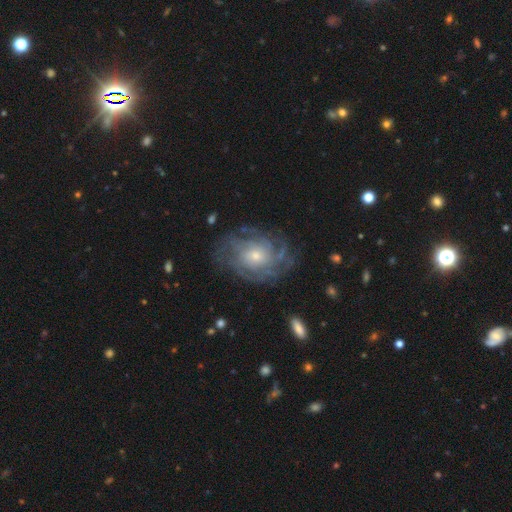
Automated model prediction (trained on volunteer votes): This is clearly a featured or disk galaxy (84%). It is clearly not viewed edge-on (97%). Bar: likely no (77%). Spiral arm pattern: clearly yes (94%). Spiral arm count: marginally can't tell (38%). Spiral winding: likely tight (61%). Central bulge: possibly small (55%). Merging: likely none (74%).